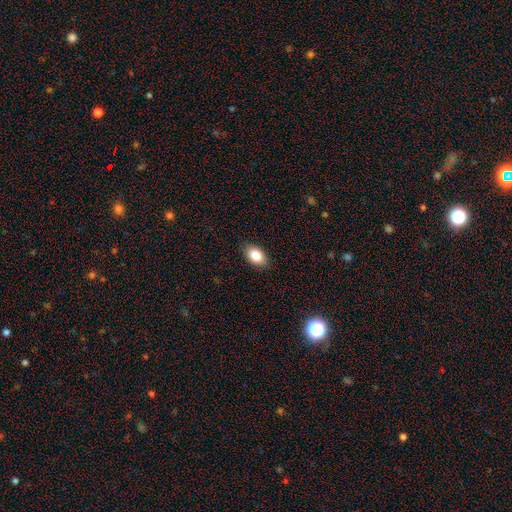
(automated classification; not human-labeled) smooth-or-featured: smooth: 85% | star or artifact: 8% | featured or disk: 8%
  how-rounded: in between: 88% | round: 10% | cigar-shaped: 2%
  merging: none: 85% | minor disturbance: 11% | major disturbance: 2% | merger: 1%